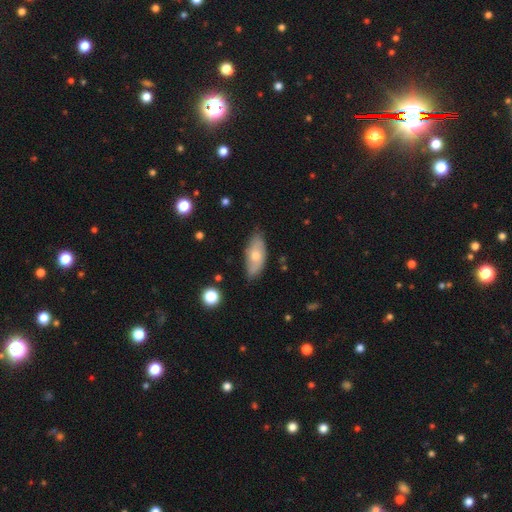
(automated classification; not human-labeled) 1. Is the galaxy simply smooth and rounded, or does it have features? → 58% smooth, 36% featured or disk, 6% star or artifact.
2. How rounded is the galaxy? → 87% in between, 11% cigar-shaped, 3% round.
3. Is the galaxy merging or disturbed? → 74% none, 21% minor disturbance, 3% major disturbance, 2% merger.